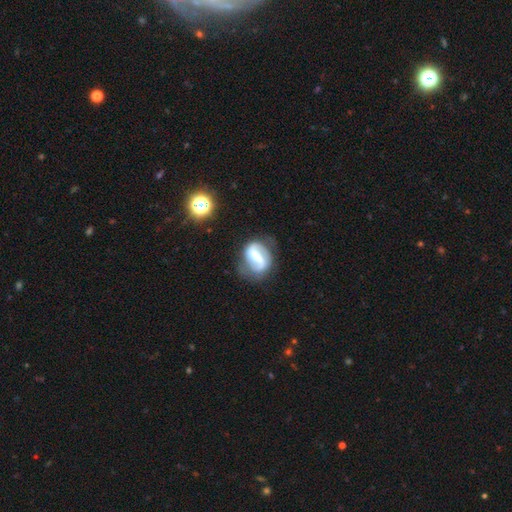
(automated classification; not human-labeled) A featured or disk galaxy (77%) with a strong bar (54%), 2 (81%) medium (42%) spiral arms (85%) and a moderate central bulge (56%).

Vote fractions:
- Smooth or featured? featured or disk: 77% / smooth: 17% / star or artifact: 6%
- Edge-on disk? no: 97% / yes: 3%
- Bar? strong: 54% / weak: 32% / no: 13%
- Spiral arms? yes: 85% / no: 15%
- Spiral winding? medium: 42% / loose: 36% / tight: 22%
- Spiral arm count? 2: 81% / 1: 10% / can't tell: 7% / 3: 1% / 4: 1% / more than 4: 1%
- Bulge size? moderate: 56% / small: 32% / large: 8% / none: 3% / dominant: 1%
- Merging? none: 65% / minor disturbance: 22% / major disturbance: 11% / merger: 2%